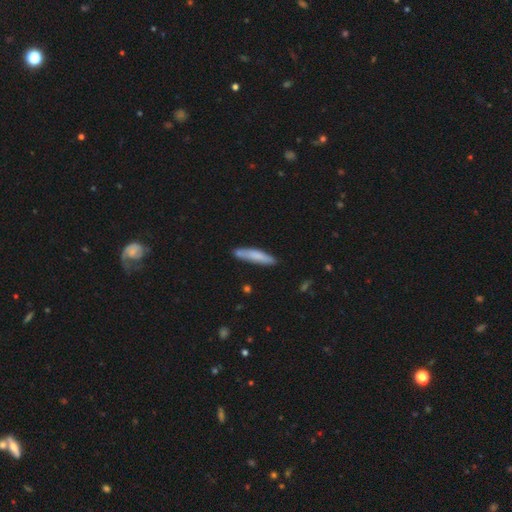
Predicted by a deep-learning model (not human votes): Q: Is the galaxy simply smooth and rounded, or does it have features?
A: smooth — 74%.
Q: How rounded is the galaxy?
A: cigar-shaped — 86%.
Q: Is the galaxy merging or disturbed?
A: none — 77%.